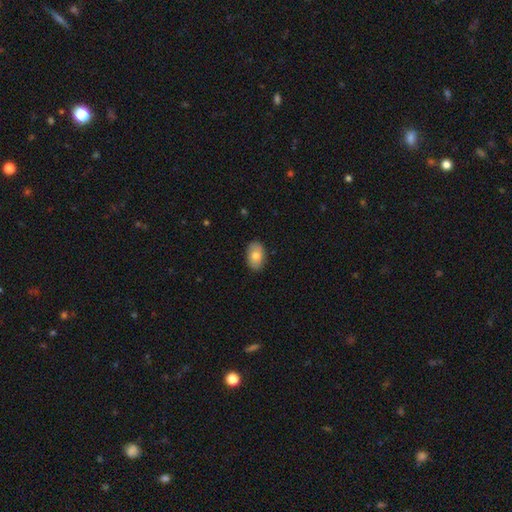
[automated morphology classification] A smooth galaxy with no disk features (78%) that is in between round and cigar-shaped (90%). Merging: none (87%).